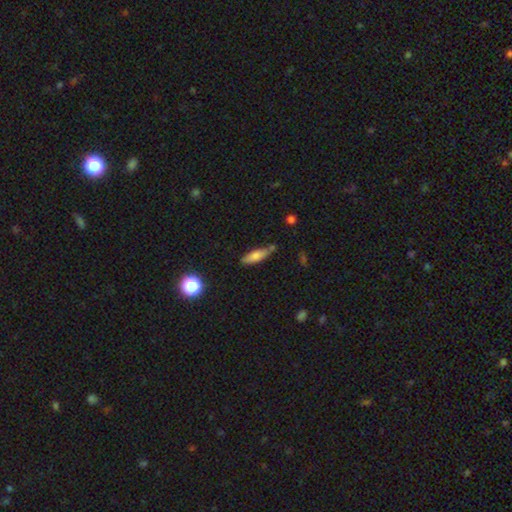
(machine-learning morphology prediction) smooth-or-featured: smooth: 73% | featured or disk: 18% | star or artifact: 9%
  how-rounded: cigar-shaped: 52% | in between: 46% | round: 3%
  merging: none: 71% | minor disturbance: 18% | merger: 7% | major disturbance: 4%